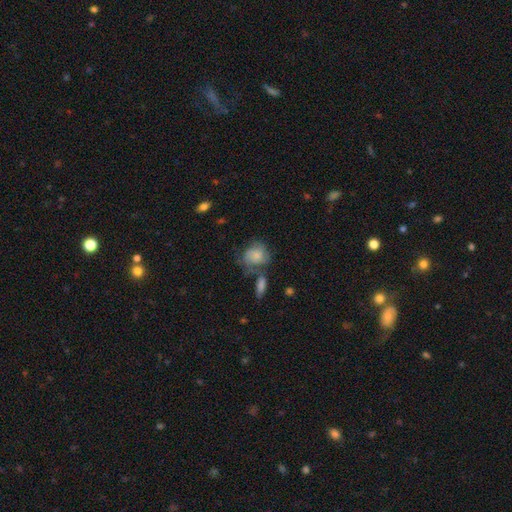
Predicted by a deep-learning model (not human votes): smooth_or_featured: smooth (p=0.63) [alt: featured or disk p=0.29]
how_rounded: round (p=0.60) [alt: in between p=0.39]
merging: none (p=0.42) [alt: minor disturbance p=0.23]